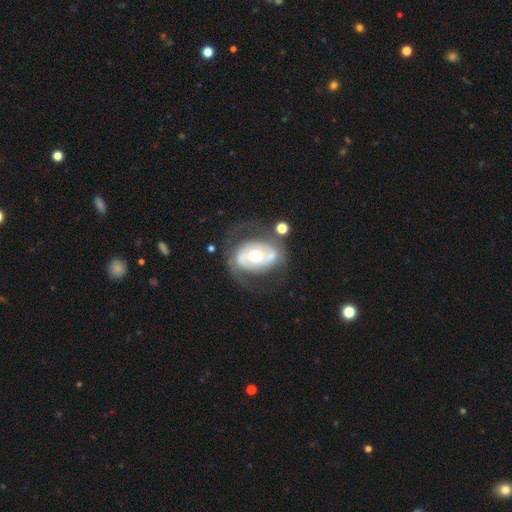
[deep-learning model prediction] A featured or disk galaxy (77%) with no bar (50%), 2 (78%) medium (42%) spiral arms (74%) and a moderate central bulge (64%).

Vote fractions:
- Smooth or featured? featured or disk: 77% / smooth: 17% / star or artifact: 6%
- Edge-on disk? no: 96% / yes: 4%
- Bar? no: 50% / weak: 28% / strong: 23%
- Spiral arms? yes: 74% / no: 26%
- Spiral winding? medium: 42% / tight: 31% / loose: 27%
- Spiral arm count? 2: 78% / can't tell: 13% / 1: 4% / 3: 2% / 4: 1% / more than 4: 1%
- Bulge size? moderate: 64% / small: 28% / large: 6% / dominant: 1% / none: 1%
- Merging? none: 58% / minor disturbance: 18% / major disturbance: 18% / merger: 6%